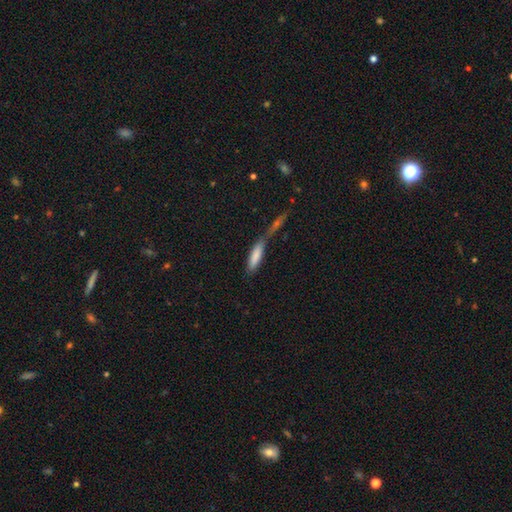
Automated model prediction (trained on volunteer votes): smooth-or-featured: smooth: 81% | featured or disk: 11% | star or artifact: 7%
  how-rounded: cigar-shaped: 63% | in between: 35% | round: 2%
  merging: merger: 42% | none: 38% | minor disturbance: 14% | major disturbance: 6%